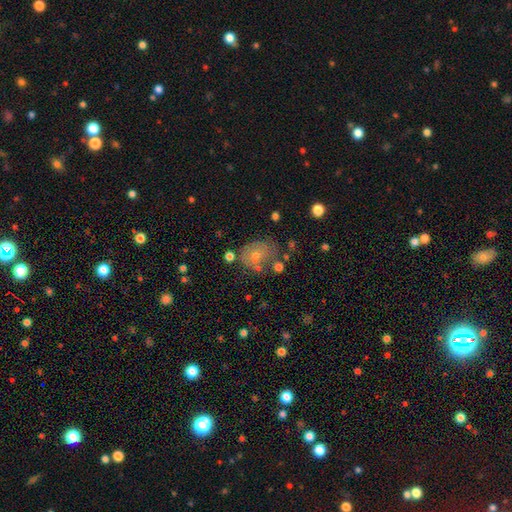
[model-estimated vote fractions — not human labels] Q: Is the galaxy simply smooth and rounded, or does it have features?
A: featured or disk — 42%.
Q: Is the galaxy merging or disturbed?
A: none — 58%.